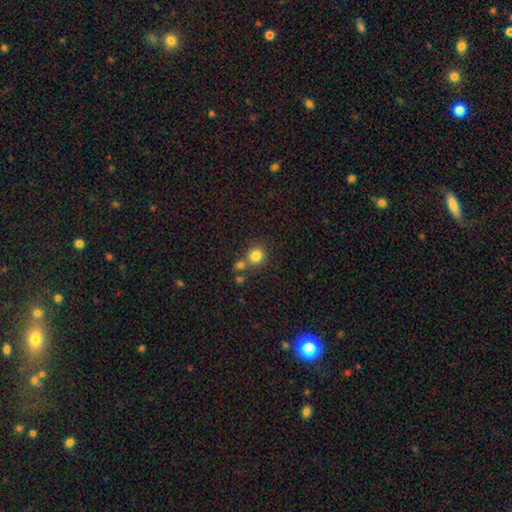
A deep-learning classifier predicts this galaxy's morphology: Smooth or featured?
  - smooth: 81% *
  - star or artifact: 12%
  - featured or disk: 7%
How rounded?
  - round: 87% *
  - in between: 12%
  - cigar-shaped: 1%
Merging?
  - none: 64% *
  - merger: 24%
  - minor disturbance: 9%
  - major disturbance: 3%